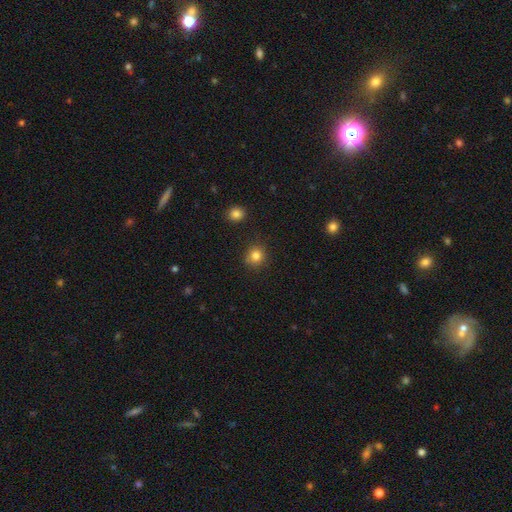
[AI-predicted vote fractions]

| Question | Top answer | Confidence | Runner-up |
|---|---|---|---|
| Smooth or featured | smooth | 83% | star or artifact (12%) |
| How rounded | round | 89% | in between (11%) |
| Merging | none | 84% | minor disturbance (10%) |